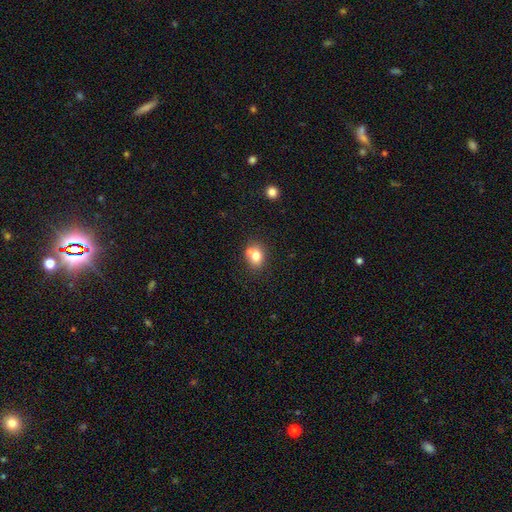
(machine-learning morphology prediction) Overall: smooth (73%). How rounded: round (60%; in between 39%). Merging: none (45%; merger 41%).